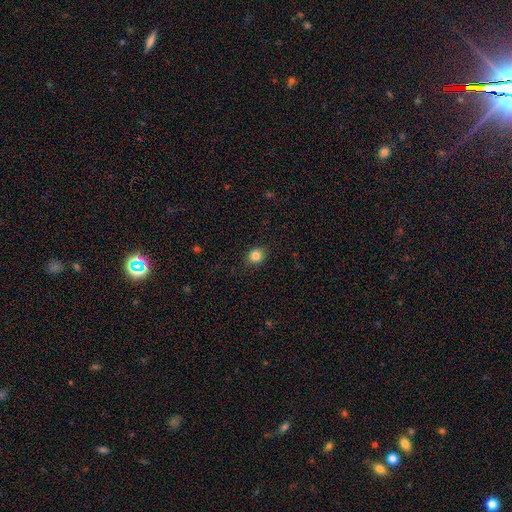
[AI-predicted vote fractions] Smooth or featured?
  - smooth: 84% *
  - star or artifact: 11%
  - featured or disk: 5%
How rounded?
  - round: 65% *
  - in between: 34%
  - cigar-shaped: 1%
Merging?
  - none: 87% *
  - minor disturbance: 9%
  - major disturbance: 2%
  - merger: 1%